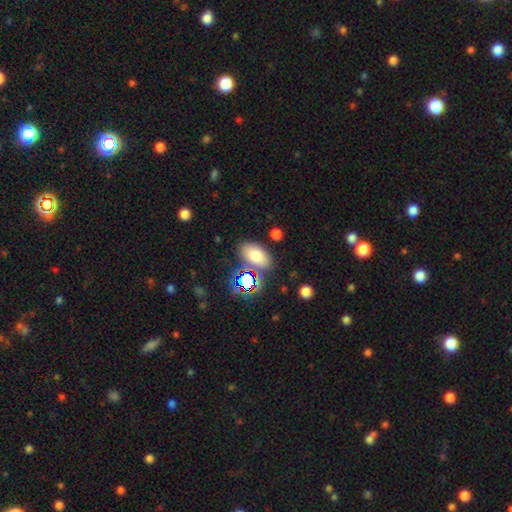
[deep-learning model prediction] A smooth galaxy with no disk features (72%) that is in between round and cigar-shaped (89%).

Vote fractions:
- Smooth or featured? smooth: 72% / star or artifact: 17% / featured or disk: 11%
- How rounded? in between: 89% / round: 9% / cigar-shaped: 2%
- Merging? none: 75% / minor disturbance: 13% / merger: 8% / major disturbance: 5%